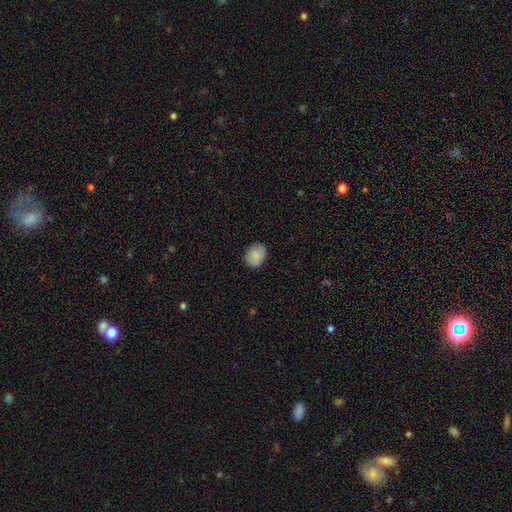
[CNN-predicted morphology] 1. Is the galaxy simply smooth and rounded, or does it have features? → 87% smooth, 7% star or artifact, 6% featured or disk.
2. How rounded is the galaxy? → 60% in between, 40% round, 1% cigar-shaped.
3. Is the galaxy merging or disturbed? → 85% none, 11% minor disturbance, 2% major disturbance, 1% merger.